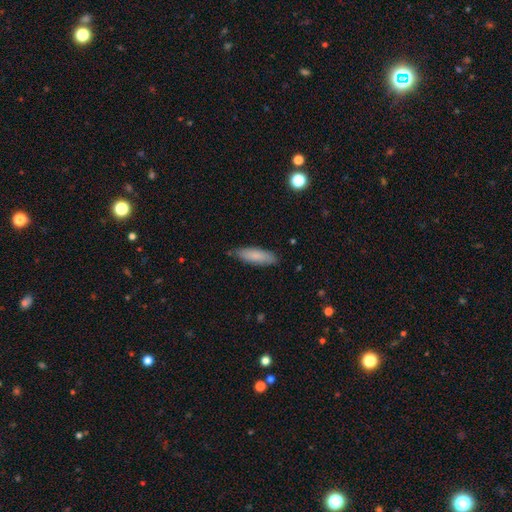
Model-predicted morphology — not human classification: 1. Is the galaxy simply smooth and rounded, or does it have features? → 81% smooth, 13% featured or disk, 6% star or artifact.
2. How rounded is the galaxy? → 50% cigar-shaped, 49% in between, 1% round.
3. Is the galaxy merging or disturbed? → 80% none, 16% minor disturbance, 2% major disturbance, 1% merger.